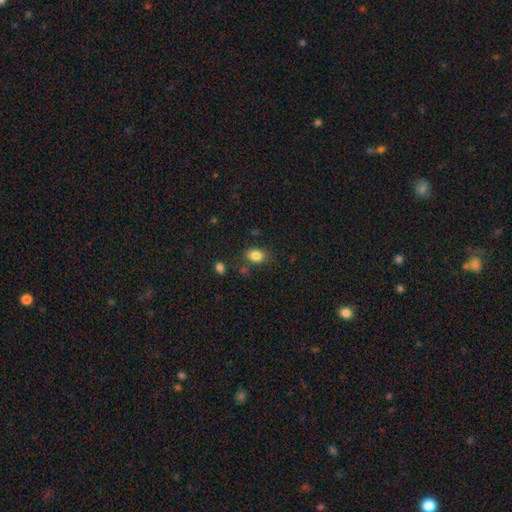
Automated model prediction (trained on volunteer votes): Smooth or featured? smooth (84%)
How rounded? in between (71%)
Merging? none (76%)